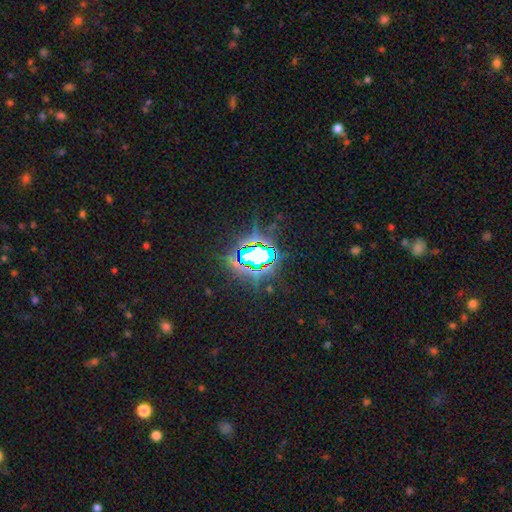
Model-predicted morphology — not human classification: This appears to be a star or artifact, not a galaxy (74%).